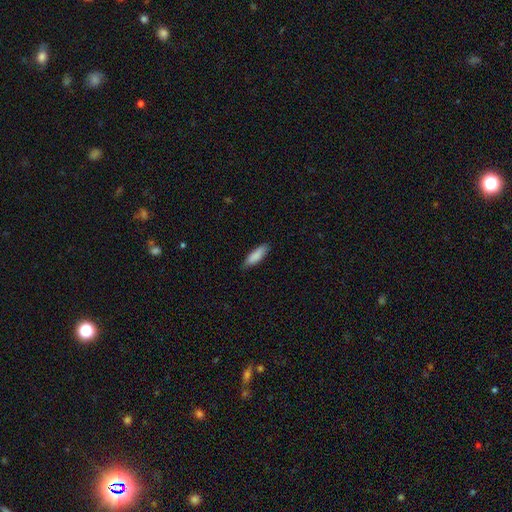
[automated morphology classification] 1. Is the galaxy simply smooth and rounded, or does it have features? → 87% smooth, 7% featured or disk, 5% star or artifact.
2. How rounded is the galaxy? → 55% in between, 44% cigar-shaped, 1% round.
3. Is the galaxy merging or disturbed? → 81% none, 16% minor disturbance, 2% major disturbance, 1% merger.